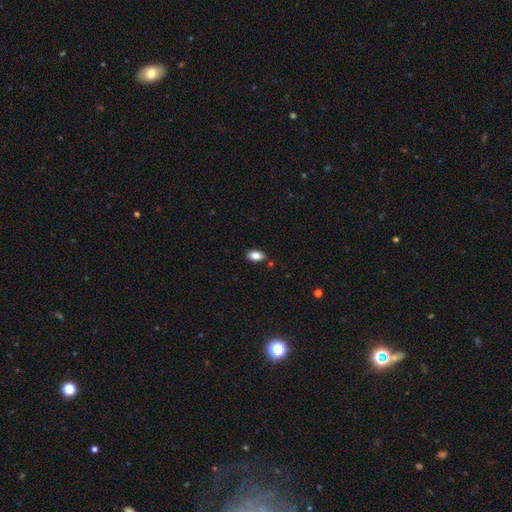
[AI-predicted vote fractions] smooth_or_featured: smooth (p=0.85) [alt: star or artifact p=0.08]
how_rounded: in between (p=0.91) [alt: round p=0.07]
merging: none (p=0.83) [alt: minor disturbance p=0.12]